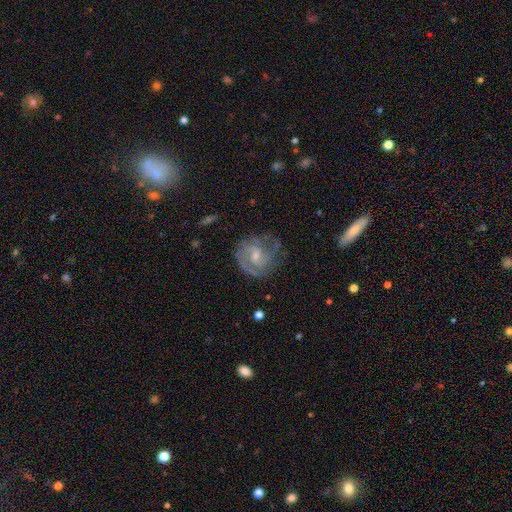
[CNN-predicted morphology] This appears to be a featured or disk galaxy (84%) with a weak bar (51%), 2 (52%) tight (57%) spiral arms (96%) and a small central bulge (50%). Merging: none (75%).